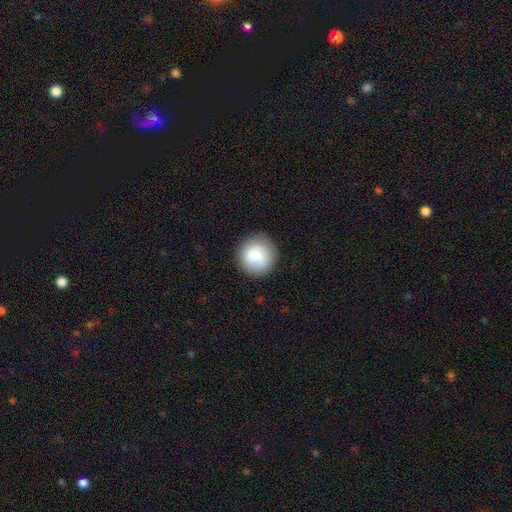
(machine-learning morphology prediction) This is clearly a smooth galaxy (80%). How rounded: clearly round (94%). Merging: clearly none (88%).